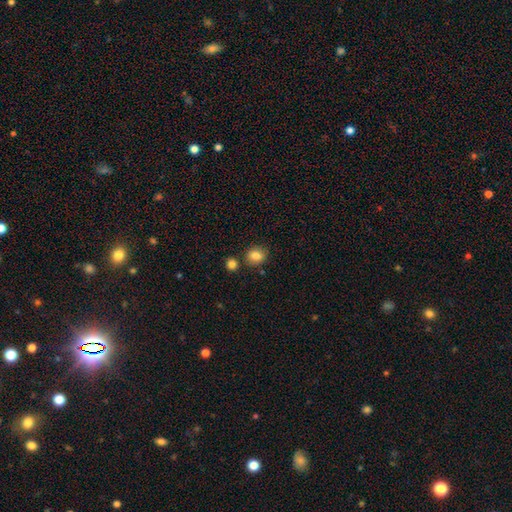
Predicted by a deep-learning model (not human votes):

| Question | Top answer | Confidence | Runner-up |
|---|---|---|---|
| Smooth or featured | smooth | 84% | star or artifact (10%) |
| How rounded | round | 65% | in between (34%) |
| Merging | none | 78% | minor disturbance (10%) |